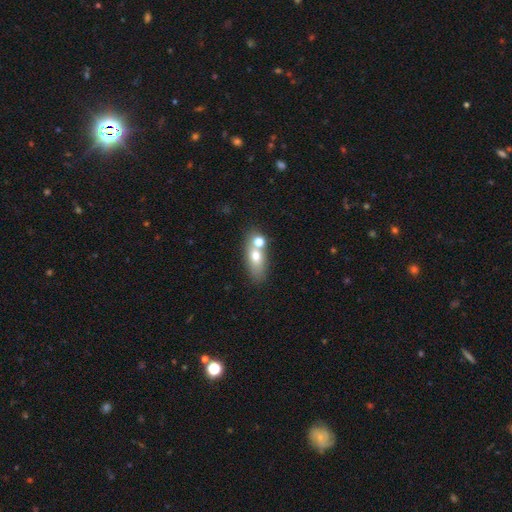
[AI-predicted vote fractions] smooth 65%, featured or disk 24%, star or artifact 11%. Down the decision tree: how rounded — in between (67%); merging — none (47%).